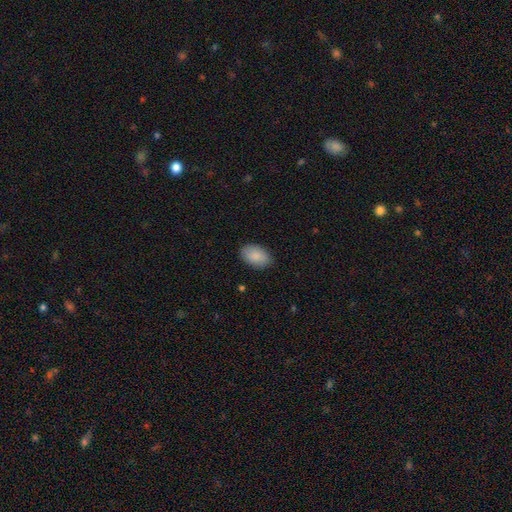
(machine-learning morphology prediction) type=smooth (89%); roundness=in between (91%); merging=none (87%).